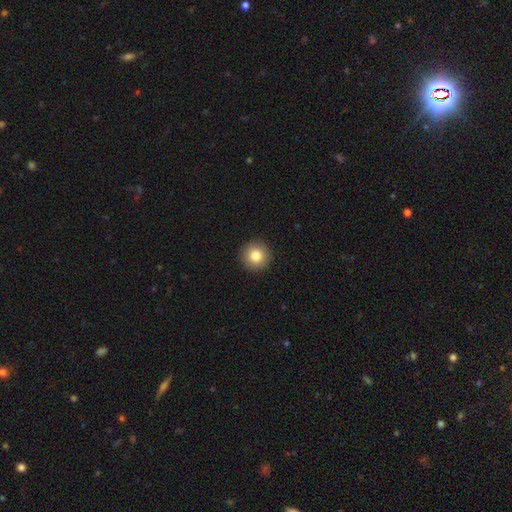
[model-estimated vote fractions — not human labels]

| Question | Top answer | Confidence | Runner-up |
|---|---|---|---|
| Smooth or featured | smooth | 83% | star or artifact (10%) |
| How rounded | round | 96% | in between (3%) |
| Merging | none | 93% | minor disturbance (4%) |